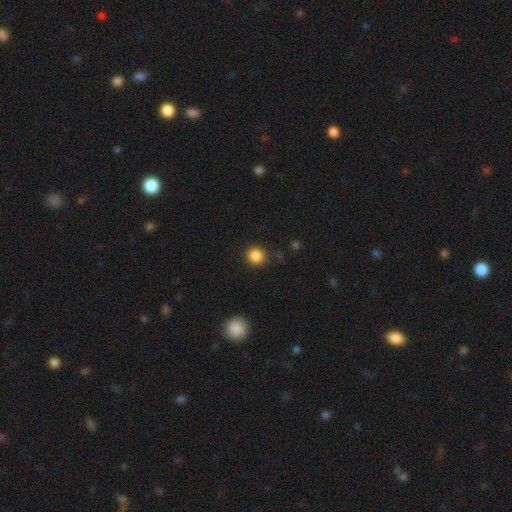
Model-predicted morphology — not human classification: A smooth galaxy with no disk features (86%) that is round (88%). Merging: none (87%).